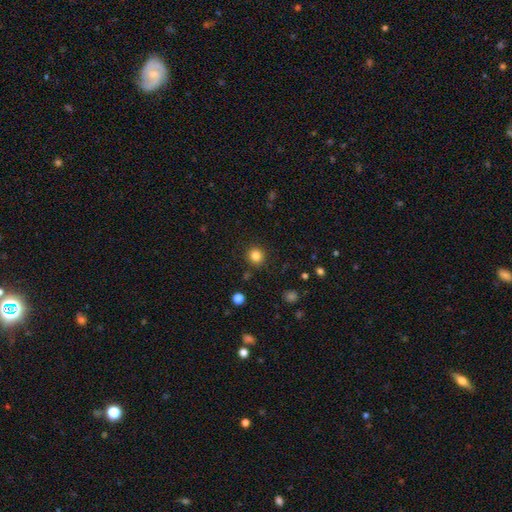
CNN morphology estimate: smooth-or-featured: smooth: 83% | star or artifact: 12% | featured or disk: 5%
  how-rounded: round: 92% | in between: 7% | cigar-shaped: 1%
  merging: none: 89% | minor disturbance: 6% | major disturbance: 2% | merger: 2%